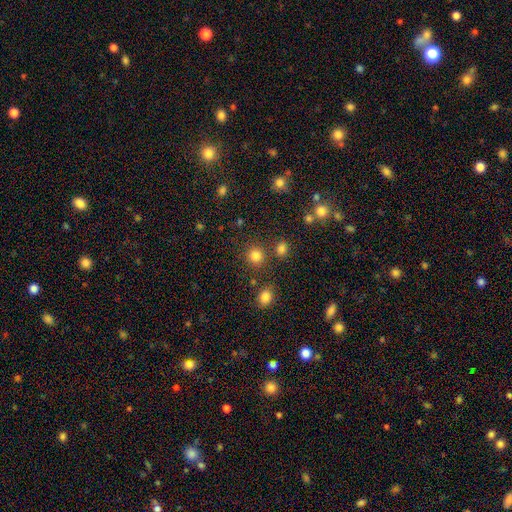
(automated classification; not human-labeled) This appears to be a smooth galaxy with no disk features (82%) that is round (89%). Merging: none (81%).